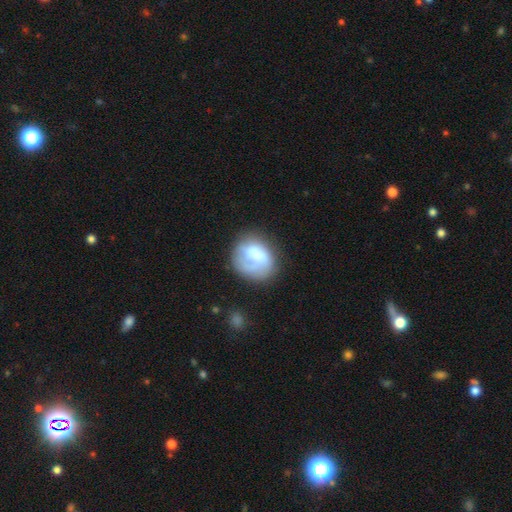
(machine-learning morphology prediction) Smooth or featured?
  - smooth: 58% *
  - featured or disk: 34%
  - star or artifact: 7%
How rounded?
  - round: 64% *
  - in between: 35%
  - cigar-shaped: 1%
Merging?
  - none: 53% *
  - minor disturbance: 23%
  - major disturbance: 20%
  - merger: 4%